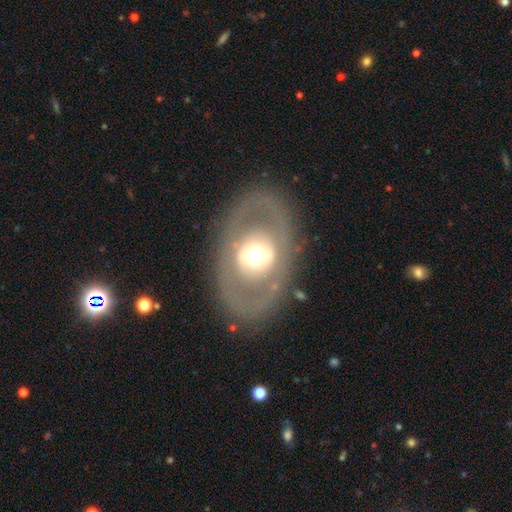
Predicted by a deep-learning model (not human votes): Smooth or featured? Predicted: featured or disk (p=0.59). Edge-on disk? Predicted: no (p=0.90). Bar? Predicted: no (p=0.78). Spiral arms? Predicted: no (p=0.86). Bulge size? Predicted: moderate (p=0.50). Merging? Predicted: none (p=0.78).